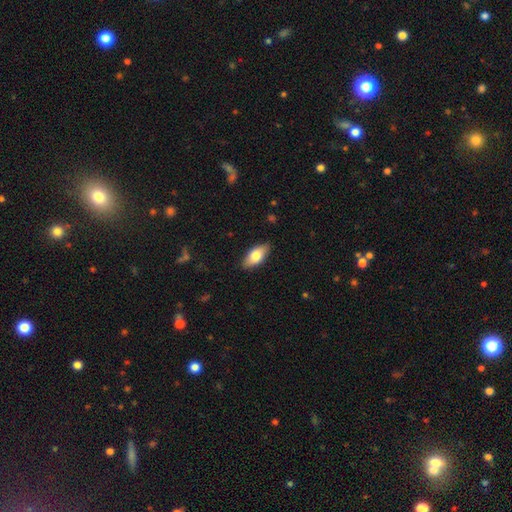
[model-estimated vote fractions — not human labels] Smooth or featured? Predicted: smooth (p=0.75). How rounded? Predicted: in between (p=0.88). Merging? Predicted: none (p=0.86).